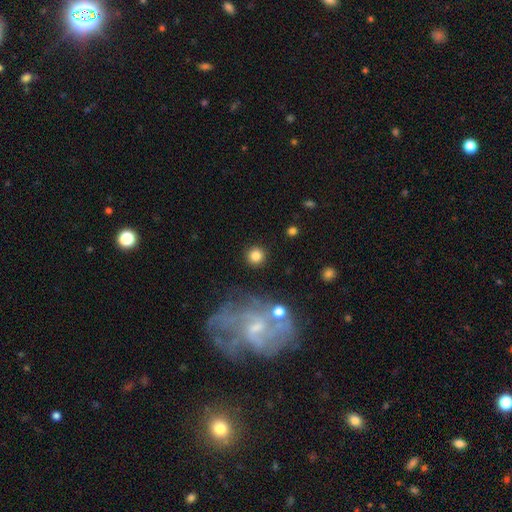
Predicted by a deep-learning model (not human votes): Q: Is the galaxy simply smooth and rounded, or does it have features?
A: smooth — 82%.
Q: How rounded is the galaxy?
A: round — 93%.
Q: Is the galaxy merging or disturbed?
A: none — 88%.